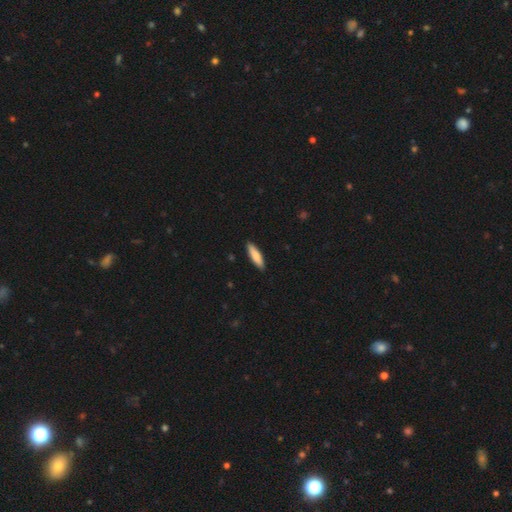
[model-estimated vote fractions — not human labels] smooth-or-featured: smooth: 83% | featured or disk: 12% | star or artifact: 5%
  how-rounded: cigar-shaped: 68% | in between: 30% | round: 1%
  merging: none: 89% | minor disturbance: 8% | major disturbance: 1% | merger: 1%